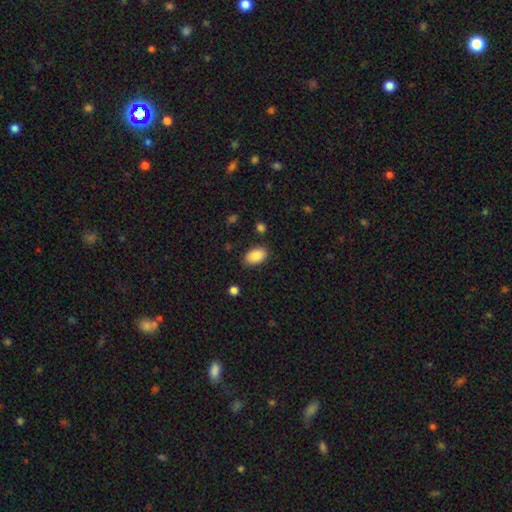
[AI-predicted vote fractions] Q: Smooth or featured?
A: smooth (88%); runner-up: star or artifact (7%)
Q: How rounded?
A: in between (92%); runner-up: round (7%)
Q: Merging?
A: none (84%); runner-up: minor disturbance (11%)